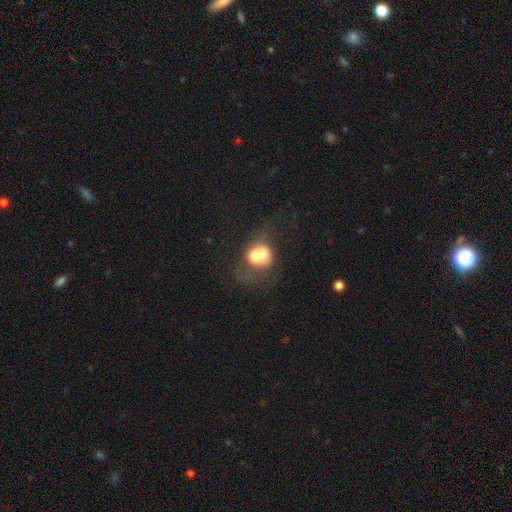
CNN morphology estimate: Smooth or featured?
  - smooth: 59% *
  - featured or disk: 32%
  - star or artifact: 9%
How rounded?
  - round: 65% *
  - in between: 34%
  - cigar-shaped: 1%
Merging?
  - merger: 66% *
  - none: 19%
  - minor disturbance: 8%
  - major disturbance: 8%